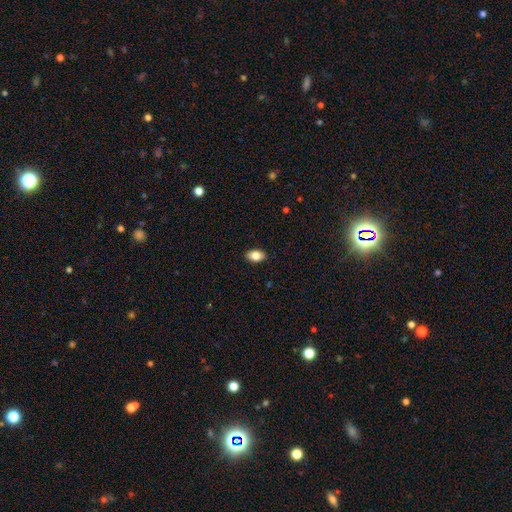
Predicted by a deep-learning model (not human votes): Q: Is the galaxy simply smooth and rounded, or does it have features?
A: smooth — 83%.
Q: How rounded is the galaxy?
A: in between — 90%.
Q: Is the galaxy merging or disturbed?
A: none — 89%.